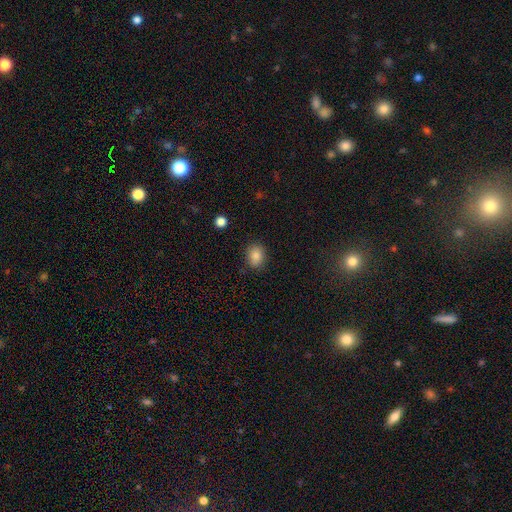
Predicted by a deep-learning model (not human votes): Smooth or featured? Predicted: smooth (p=0.86). How rounded? Predicted: in between (p=0.55). Merging? Predicted: none (p=0.84).